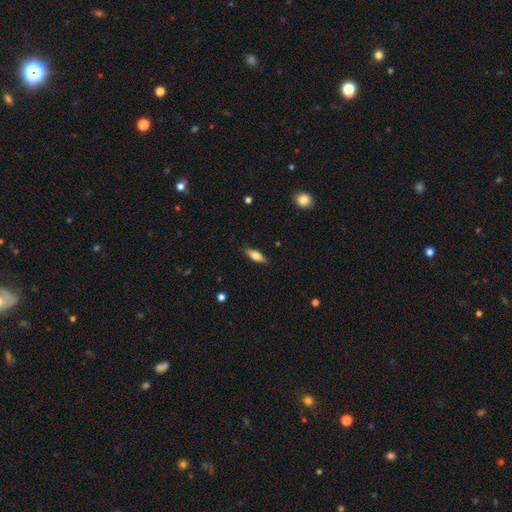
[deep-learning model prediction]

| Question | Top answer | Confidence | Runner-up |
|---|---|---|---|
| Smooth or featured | smooth | 69% | featured or disk (24%) |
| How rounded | in between | 66% | cigar-shaped (32%) |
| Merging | none | 87% | minor disturbance (10%) |